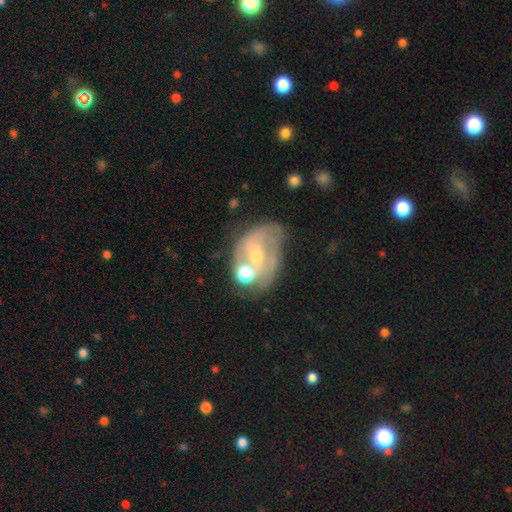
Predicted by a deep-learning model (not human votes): A featured or disk galaxy (64%) with no bar (50%), spiral arms (57%) and a moderate central bulge (56%). Merging: none (35%).